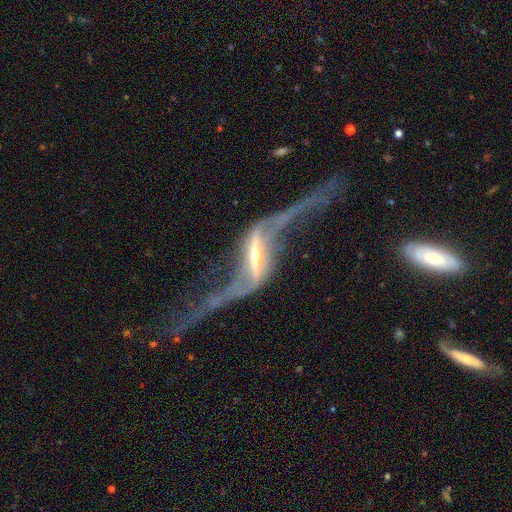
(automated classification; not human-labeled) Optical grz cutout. It shows a featured or disk galaxy (89%) with a strong bar (73%), 2 (92%) loose (93%) spiral arms (87%) and a small central bulge (43%). Merging: major disturbance (41%).